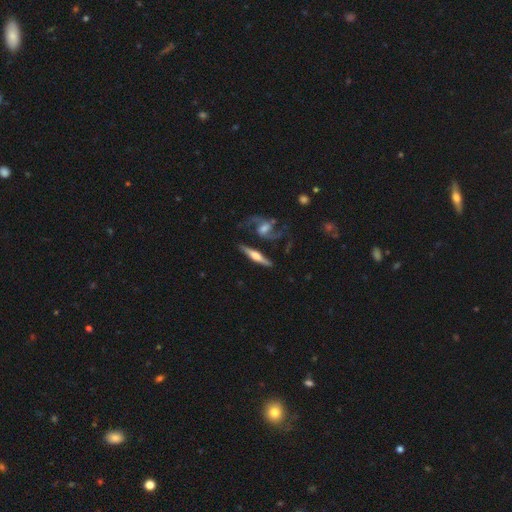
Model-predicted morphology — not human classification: Smooth or featured?
  - featured or disk: 71% *
  - smooth: 23%
  - star or artifact: 6%
Edge-on disk?
  - yes: 85% *
  - no: 15%
Edge-on bulge?
  - rounded: 84% *
  - boxy: 9%
  - none: 6%
Merging?
  - none: 67% *
  - minor disturbance: 16%
  - merger: 10%
  - major disturbance: 7%